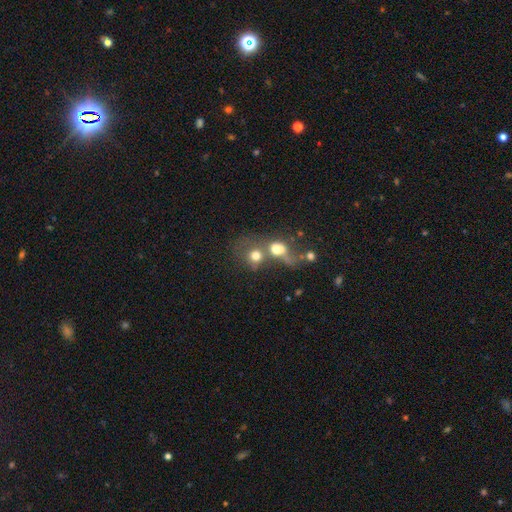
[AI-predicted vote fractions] Smooth or featured? Predicted: smooth (p=0.68). How rounded? Predicted: round (p=0.68). Merging? Predicted: merger (p=0.64).